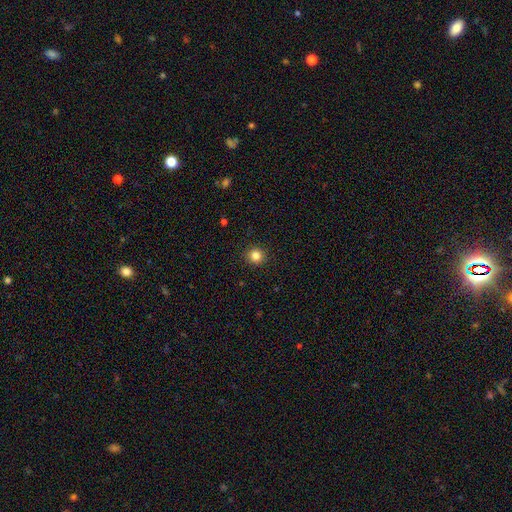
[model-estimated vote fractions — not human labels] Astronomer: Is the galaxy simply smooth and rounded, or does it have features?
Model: smooth — 83%.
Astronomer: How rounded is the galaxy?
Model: round — 93%.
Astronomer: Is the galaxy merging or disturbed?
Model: none — 92%.